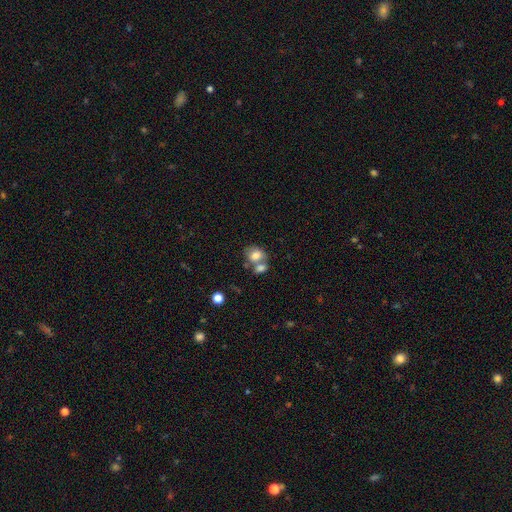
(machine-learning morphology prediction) type=smooth (76%); roundness=in between (61%); merging=merger (50%).